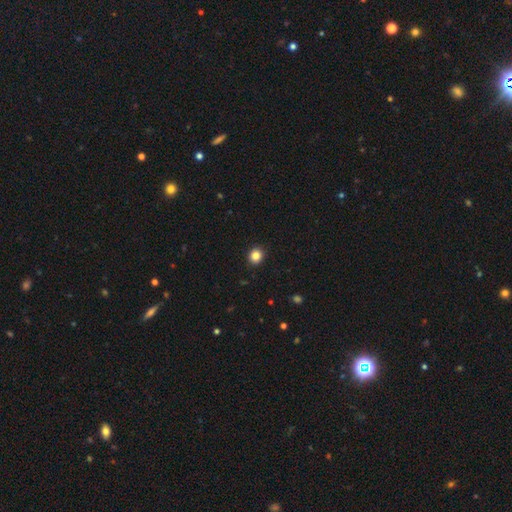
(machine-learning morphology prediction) A smooth galaxy with no disk features (84%) that is round (81%).

Vote fractions:
- Smooth or featured? smooth: 84% / star or artifact: 11% / featured or disk: 5%
- How rounded? round: 81% / in between: 18% / cigar-shaped: 1%
- Merging? none: 92% / minor disturbance: 5% / major disturbance: 2% / merger: 1%